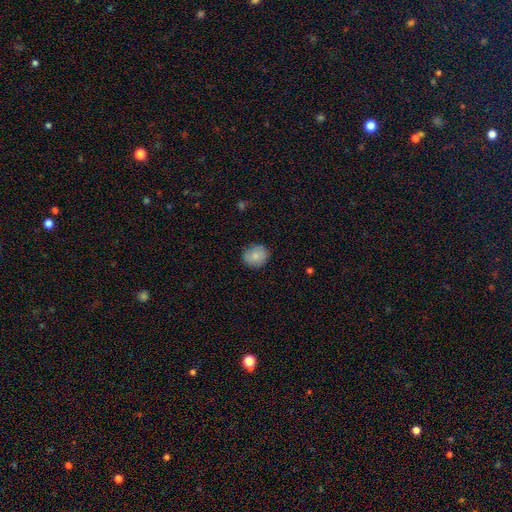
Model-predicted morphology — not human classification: Smooth or featured?
  - smooth: 82% *
  - featured or disk: 11%
  - star or artifact: 7%
How rounded?
  - round: 77% *
  - in between: 22%
  - cigar-shaped: 1%
Merging?
  - none: 82% *
  - minor disturbance: 14%
  - major disturbance: 3%
  - merger: 1%